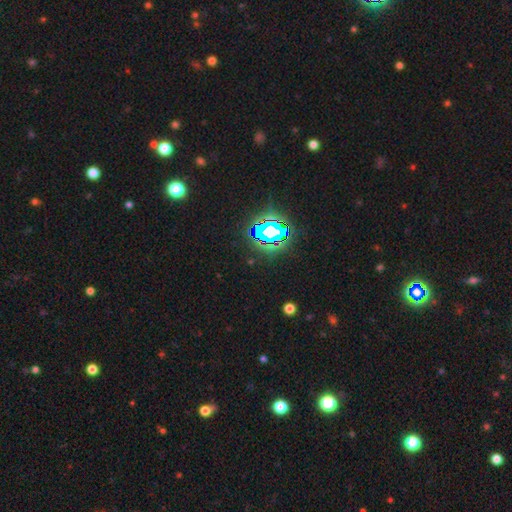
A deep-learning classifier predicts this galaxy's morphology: smooth-or-featured: star or artifact: 80% | smooth: 13% | featured or disk: 8%